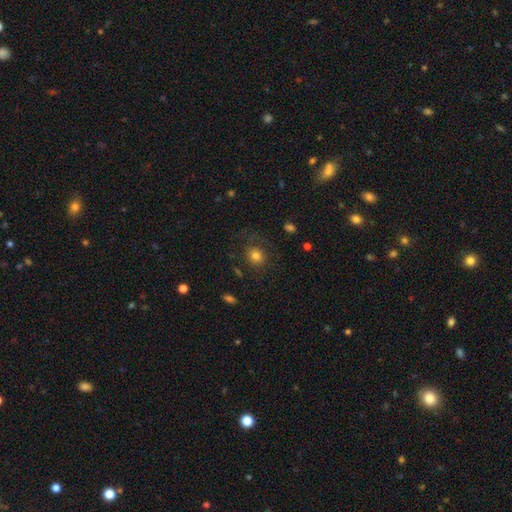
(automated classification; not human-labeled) This appears to be a smooth galaxy with no disk features (78%) that is round (76%). Merging: none (73%).